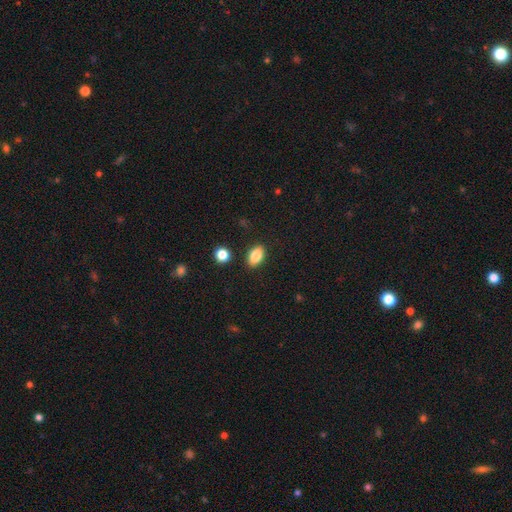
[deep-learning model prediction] Morphology: type=smooth (85%); roundness=in between (88%); merging=none (86%).